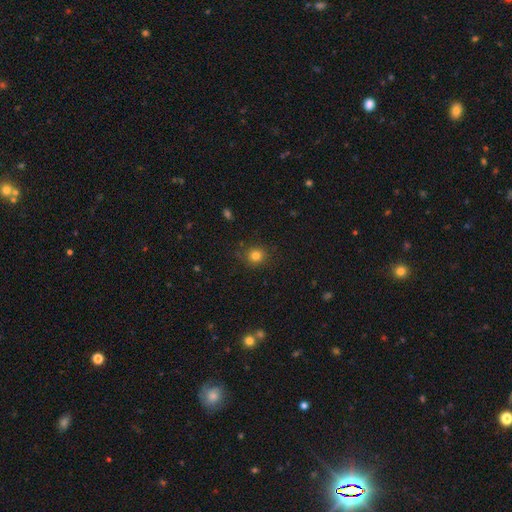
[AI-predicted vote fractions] Smooth or featured?
  - smooth: 80% *
  - star or artifact: 13%
  - featured or disk: 6%
How rounded?
  - round: 86% *
  - in between: 14%
  - cigar-shaped: 1%
Merging?
  - none: 85% *
  - minor disturbance: 10%
  - major disturbance: 3%
  - merger: 2%